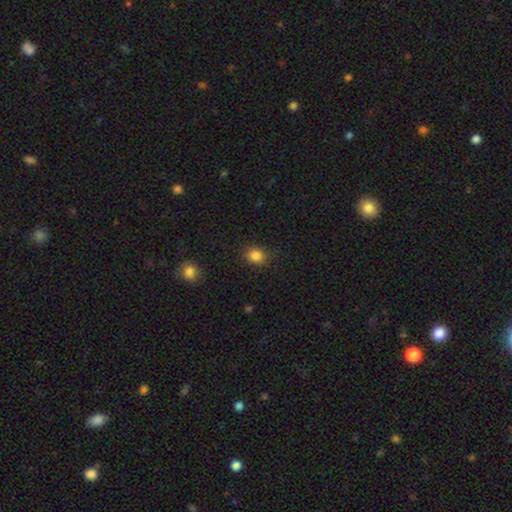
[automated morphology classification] This appears to be a smooth galaxy with no disk features (85%) that is round (57%). Merging: none (86%).